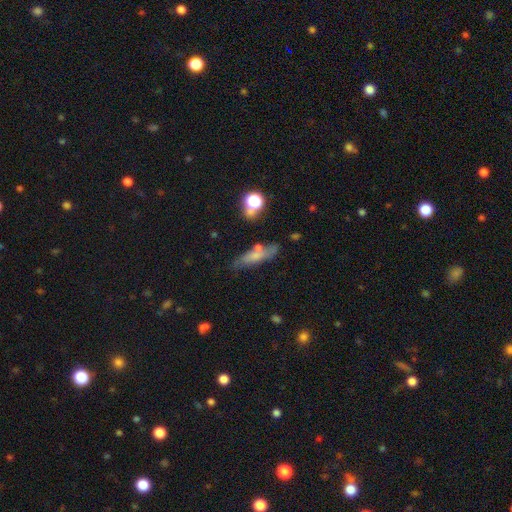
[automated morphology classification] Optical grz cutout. It shows a smooth galaxy with no disk features (63%) that is cigar-shaped (60%). Merging: none (62%).